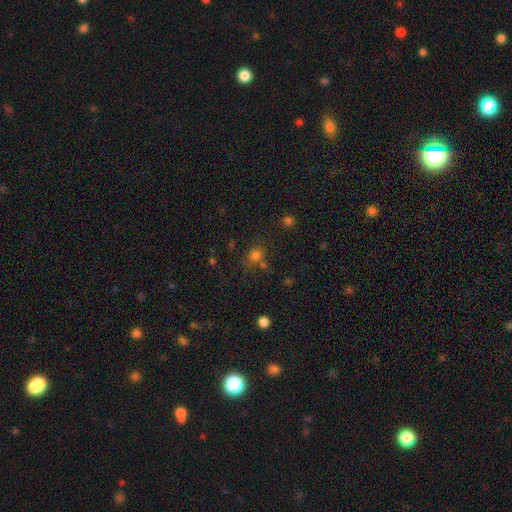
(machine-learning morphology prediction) A smooth galaxy with no disk features (72%) that is round (69%). Merging: none (61%).